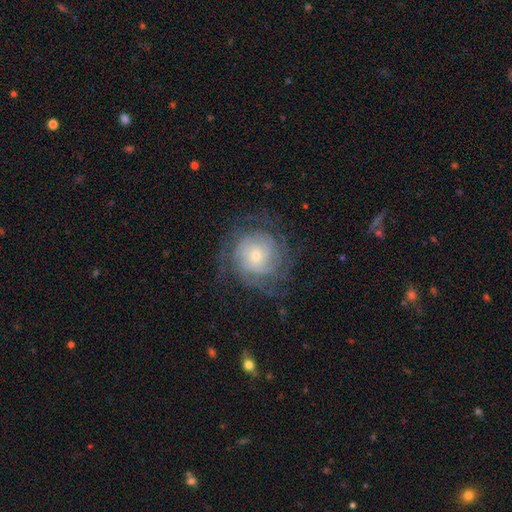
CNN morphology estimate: type=featured or disk (78%); edge-on=no (97%); bar=no (74%); spiral arms=yes (93%); winding=tight (69%); arm count=can't tell (41%); bulge=small (64%); merging=none (74%).